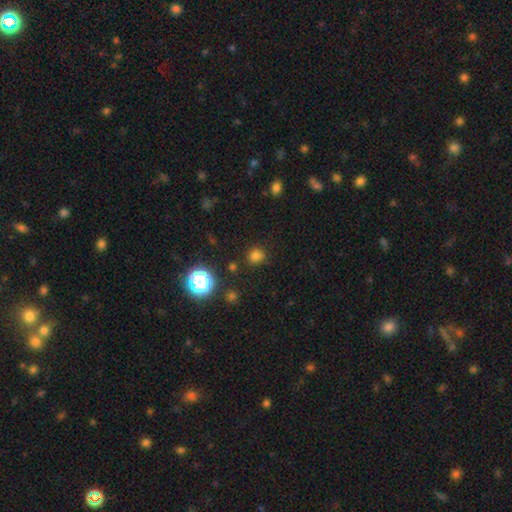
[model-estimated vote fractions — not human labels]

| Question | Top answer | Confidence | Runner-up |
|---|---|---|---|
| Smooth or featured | smooth | 73% | star or artifact (22%) |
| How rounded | round | 80% | in between (19%) |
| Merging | none | 82% | minor disturbance (11%) |